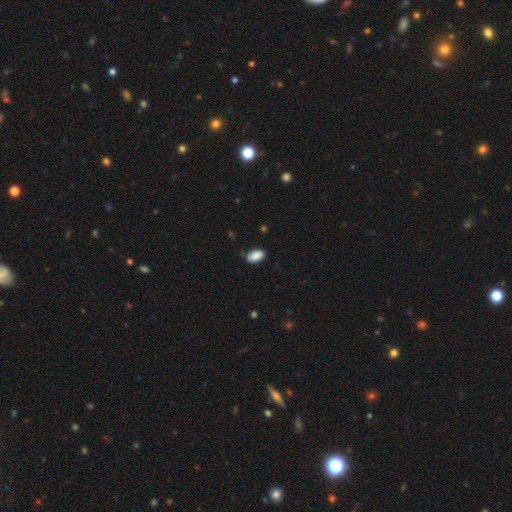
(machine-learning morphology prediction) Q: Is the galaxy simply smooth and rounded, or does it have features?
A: smooth — 89%.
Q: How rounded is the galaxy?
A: in between — 94%.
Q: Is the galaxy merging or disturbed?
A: none — 76%.